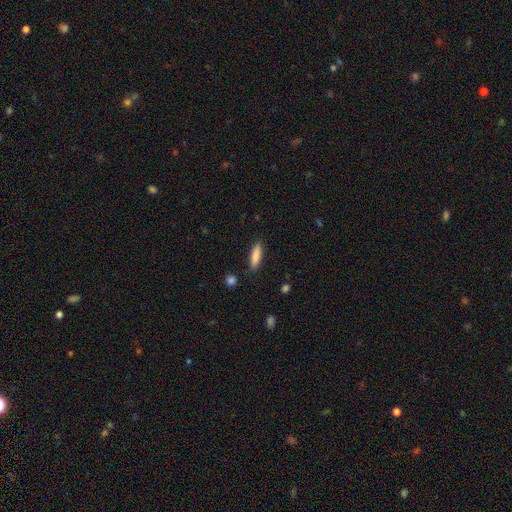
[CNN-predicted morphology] Smooth or featured?
  - smooth: 85% *
  - featured or disk: 9%
  - star or artifact: 6%
How rounded?
  - cigar-shaped: 62% *
  - in between: 37%
  - round: 2%
Merging?
  - none: 87% *
  - minor disturbance: 10%
  - major disturbance: 2%
  - merger: 2%